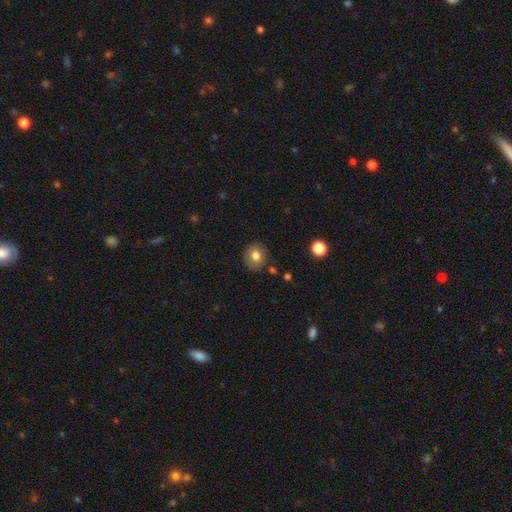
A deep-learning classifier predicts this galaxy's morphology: This appears to be a smooth galaxy with no disk features (76%) that is round (73%). Merging: none (83%).